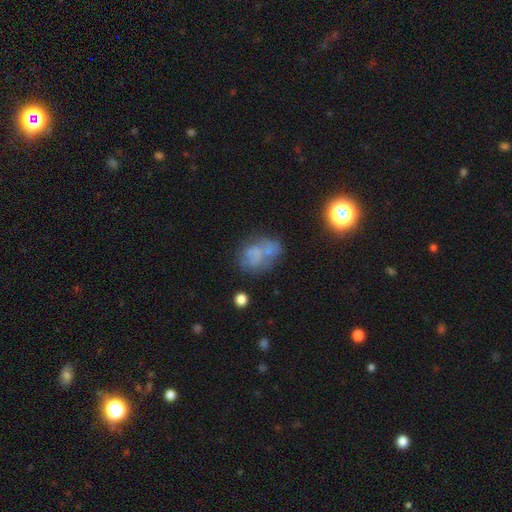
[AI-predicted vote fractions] Q: Smooth or featured?
A: smooth (45%); runner-up: featured or disk (39%)
Q: Merging?
A: none (38%); runner-up: merger (24%)